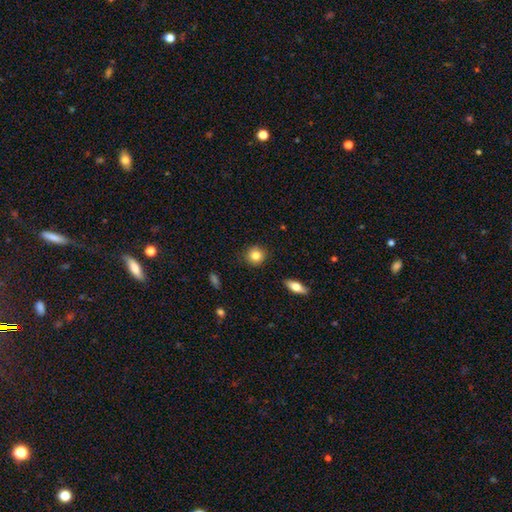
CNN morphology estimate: Overall: smooth (83%). How rounded: round (89%). Merging: none (90%).